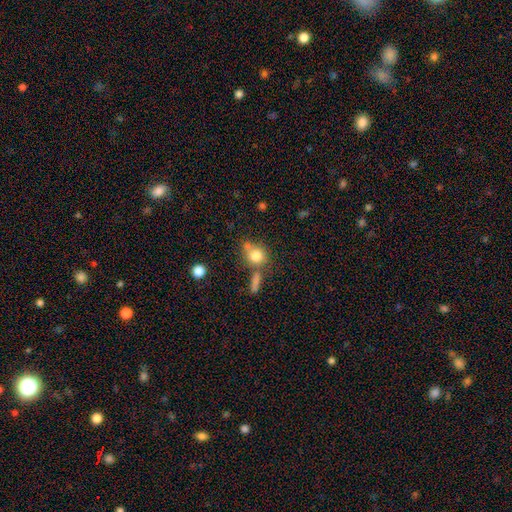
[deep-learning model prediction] smooth_or_featured: smooth (p=0.79) [alt: star or artifact p=0.11]
how_rounded: round (p=0.77) [alt: in between p=0.21]
merging: none (p=0.53) [alt: merger p=0.26]